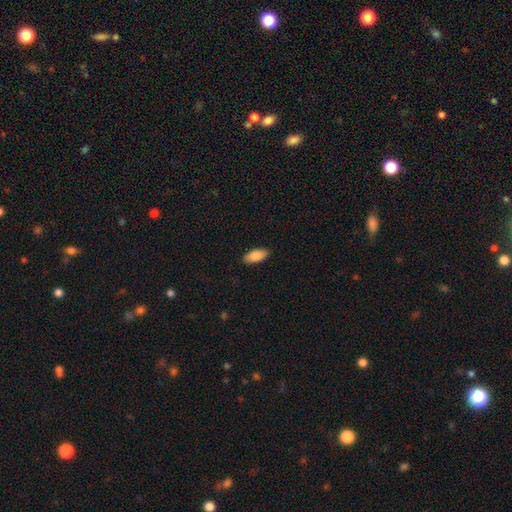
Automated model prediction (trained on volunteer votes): Smooth or featured? Predicted: smooth (p=0.86). How rounded? Predicted: in between (p=0.88). Merging? Predicted: none (p=0.89).